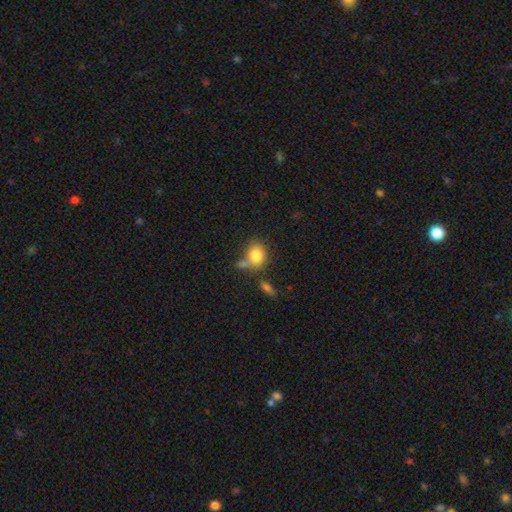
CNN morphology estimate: smooth-or-featured: smooth: 82% | star or artifact: 9% | featured or disk: 9%
  how-rounded: in between: 54% | round: 44% | cigar-shaped: 1%
  merging: none: 50% | merger: 25% | minor disturbance: 18% | major disturbance: 8%